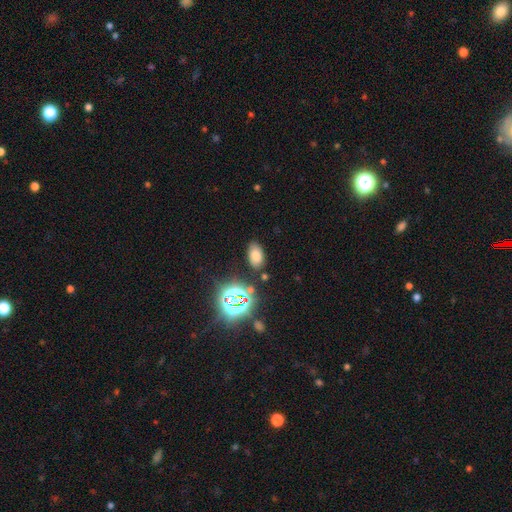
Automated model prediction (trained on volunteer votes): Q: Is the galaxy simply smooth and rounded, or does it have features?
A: smooth — 68%.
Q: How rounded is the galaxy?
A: in between — 90%.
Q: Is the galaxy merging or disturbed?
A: none — 83%.